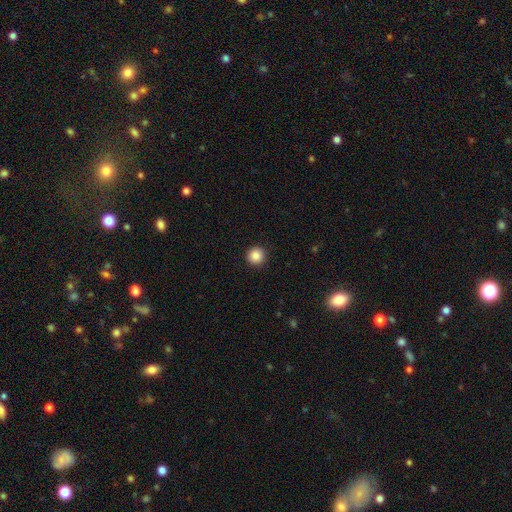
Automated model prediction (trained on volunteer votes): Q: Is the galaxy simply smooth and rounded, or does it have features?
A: smooth — 87%.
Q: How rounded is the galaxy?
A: round — 96%.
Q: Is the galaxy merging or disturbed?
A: none — 93%.